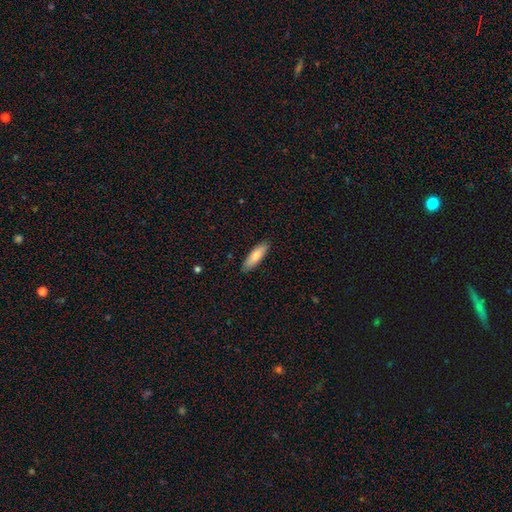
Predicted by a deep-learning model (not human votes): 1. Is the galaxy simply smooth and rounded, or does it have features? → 79% smooth, 16% featured or disk, 6% star or artifact.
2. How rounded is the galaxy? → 51% in between, 48% cigar-shaped, 2% round.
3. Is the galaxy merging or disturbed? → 88% none, 9% minor disturbance, 2% major disturbance, 1% merger.